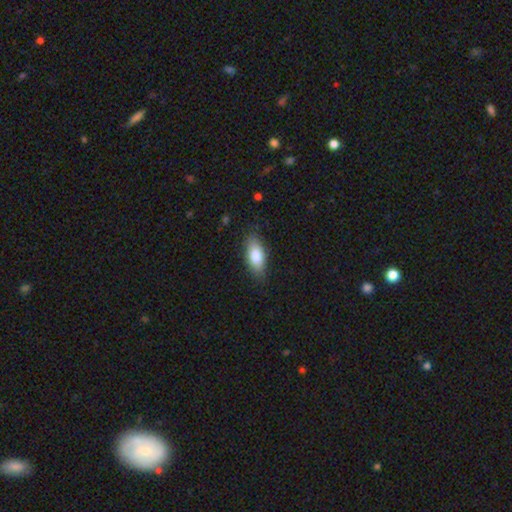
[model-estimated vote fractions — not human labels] smooth_or_featured: smooth (p=0.80) [alt: featured or disk p=0.14]
how_rounded: in between (p=0.84) [alt: cigar-shaped p=0.13]
merging: none (p=0.82) [alt: minor disturbance p=0.14]